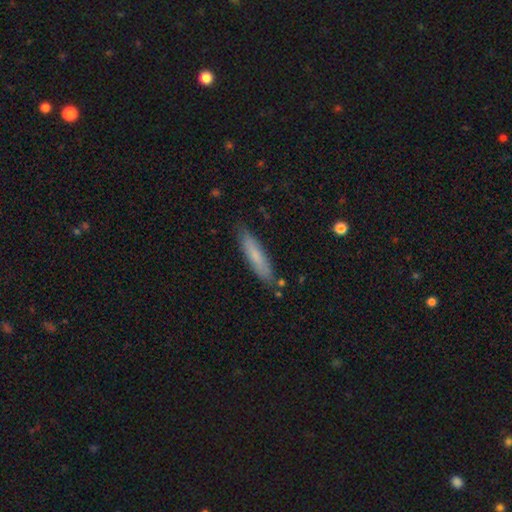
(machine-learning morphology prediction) Overall: smooth (72%). How rounded: cigar-shaped (83%). Merging: none (83%).